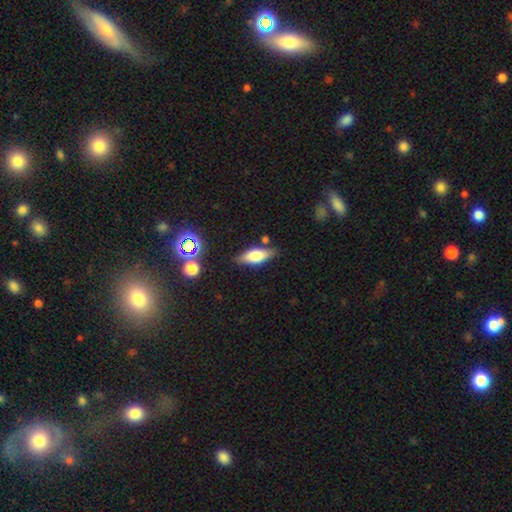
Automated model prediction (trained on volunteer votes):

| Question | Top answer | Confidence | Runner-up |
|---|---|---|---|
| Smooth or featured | smooth | 61% | featured or disk (31%) |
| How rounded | in between | 71% | cigar-shaped (25%) |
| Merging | none | 79% | minor disturbance (14%) |